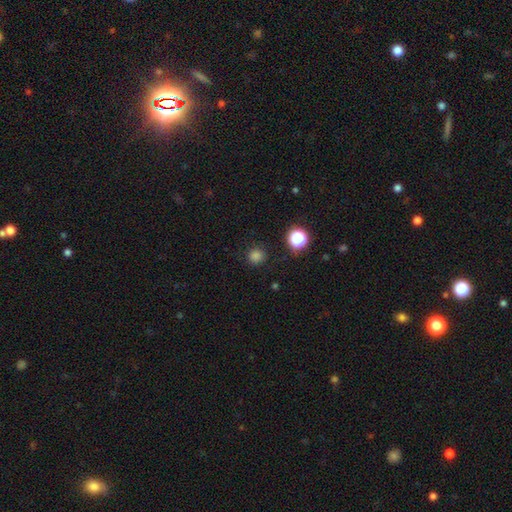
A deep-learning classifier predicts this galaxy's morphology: Smooth or featured?
  - smooth: 80% *
  - star or artifact: 17%
  - featured or disk: 3%
How rounded?
  - round: 93% *
  - in between: 6%
  - cigar-shaped: 1%
Merging?
  - none: 88% *
  - minor disturbance: 8%
  - major disturbance: 3%
  - merger: 1%